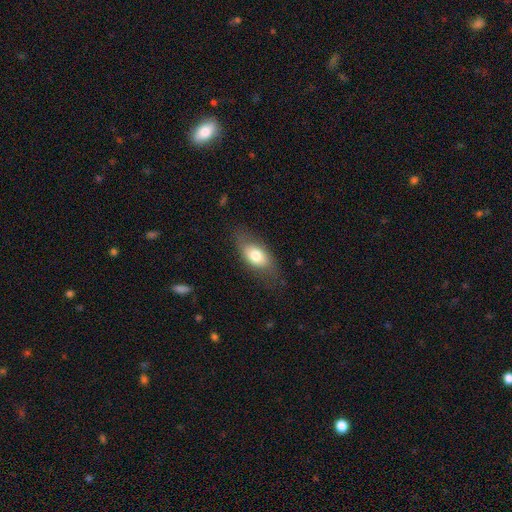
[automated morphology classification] Smooth or featured? Predicted: smooth (p=0.72). How rounded? Predicted: in between (p=0.85). Merging? Predicted: none (p=0.72).